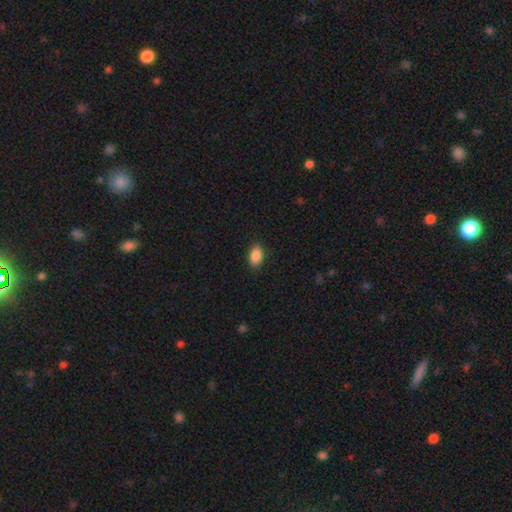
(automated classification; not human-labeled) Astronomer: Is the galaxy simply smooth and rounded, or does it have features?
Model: smooth — 89%.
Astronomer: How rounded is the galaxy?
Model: in between — 89%.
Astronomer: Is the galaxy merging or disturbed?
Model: none — 88%.